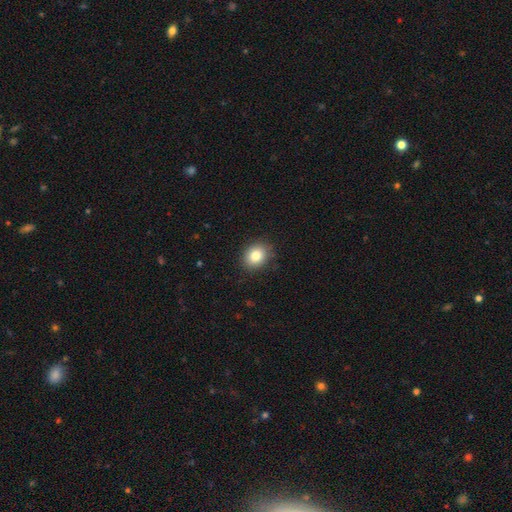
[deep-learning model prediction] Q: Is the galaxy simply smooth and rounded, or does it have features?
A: smooth — 82%.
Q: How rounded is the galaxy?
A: round — 62%.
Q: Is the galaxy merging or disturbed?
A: none — 88%.